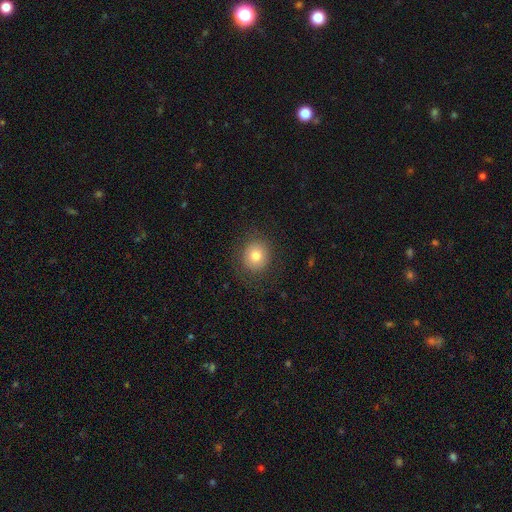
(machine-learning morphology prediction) This is likely a smooth galaxy (78%). How rounded: clearly round (85%). Merging: clearly none (85%).